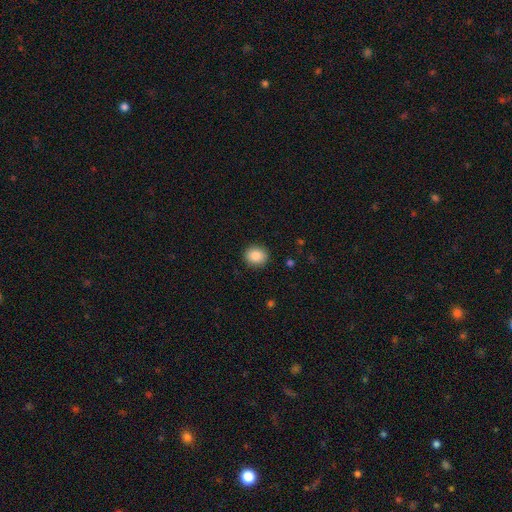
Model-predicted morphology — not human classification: smooth-or-featured: smooth: 86% | star or artifact: 9% | featured or disk: 5%
  how-rounded: round: 81% | in between: 18% | cigar-shaped: 1%
  merging: none: 91% | minor disturbance: 6% | major disturbance: 2% | merger: 1%